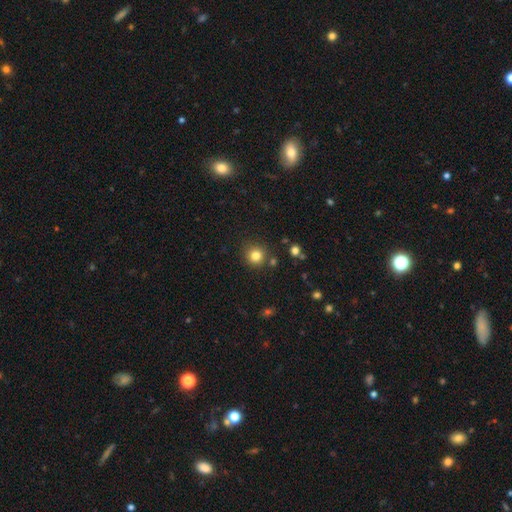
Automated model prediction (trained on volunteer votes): smooth 82%, star or artifact 13%, featured or disk 6%. Down the decision tree: how rounded — round (93%); merging — none (84%).